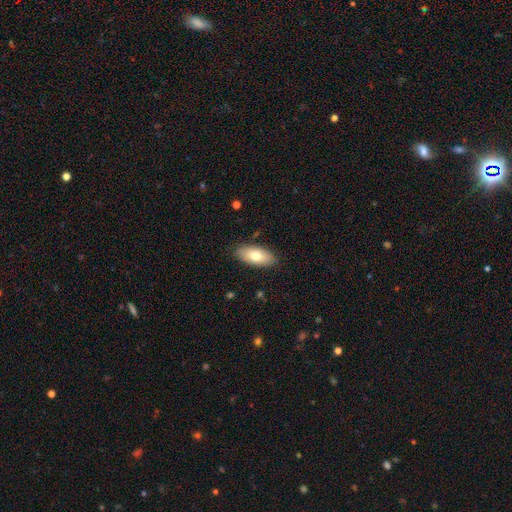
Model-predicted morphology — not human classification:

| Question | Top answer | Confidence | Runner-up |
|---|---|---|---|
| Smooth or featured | smooth | 77% | featured or disk (17%) |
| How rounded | in between | 88% | cigar-shaped (10%) |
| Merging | none | 86% | minor disturbance (10%) |